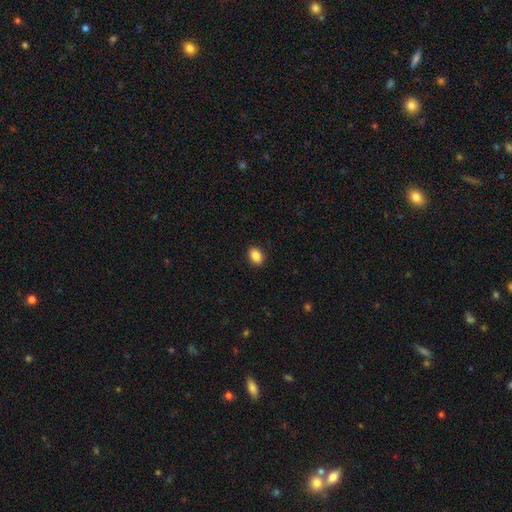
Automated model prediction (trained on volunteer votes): Smooth or featured? Predicted: smooth (p=0.87). How rounded? Predicted: in between (p=0.72). Merging? Predicted: none (p=0.90).